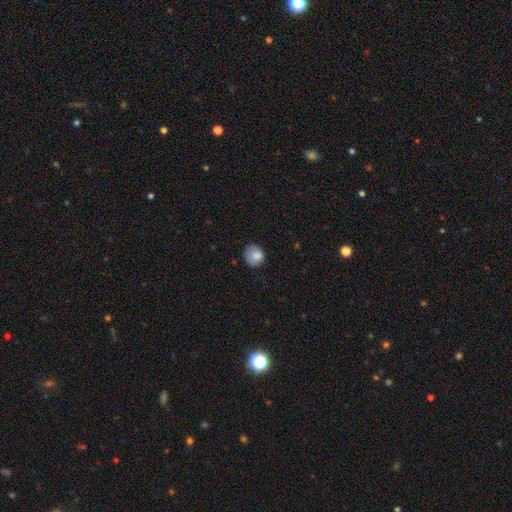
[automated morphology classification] Smooth or featured: smooth — 83% (star or artifact — 9%)
How rounded: round — 71% (in between — 28%)
Merging: none — 63% (minor disturbance — 28%)